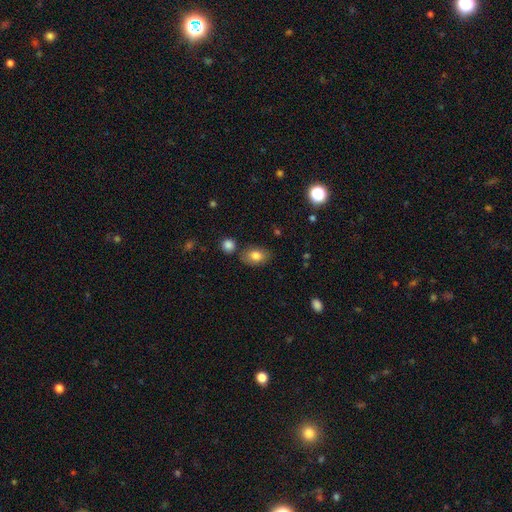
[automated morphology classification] A smooth galaxy with no disk features (80%) that is in between round and cigar-shaped (85%). Merging: none (77%).